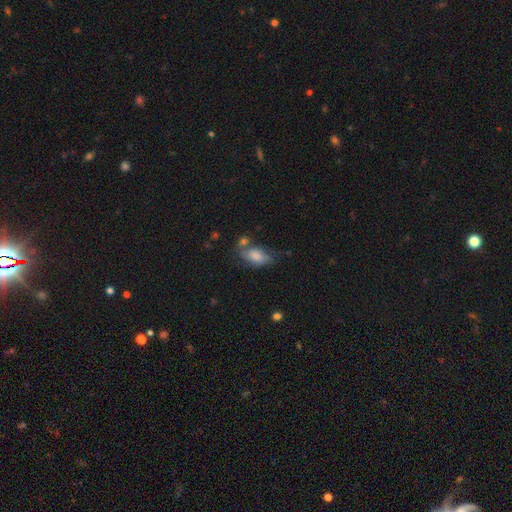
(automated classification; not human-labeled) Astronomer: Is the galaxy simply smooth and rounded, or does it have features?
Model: smooth — 70%.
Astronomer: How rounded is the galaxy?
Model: in between — 88%.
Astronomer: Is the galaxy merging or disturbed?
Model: none — 40% (runner-up: minor disturbance, 28%).